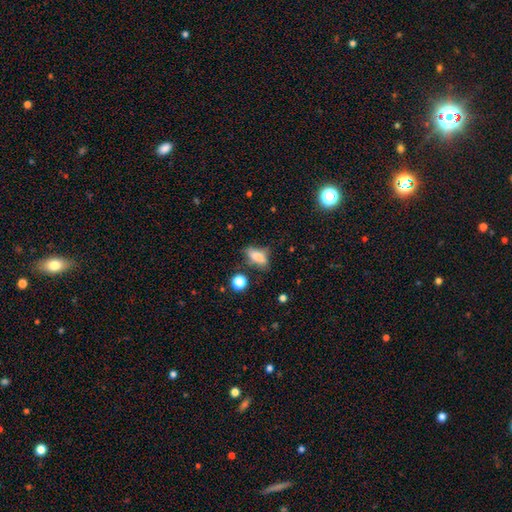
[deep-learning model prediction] Overall: smooth (72%). How rounded: in between (74%). Merging: none (52%; minor disturbance 29%).